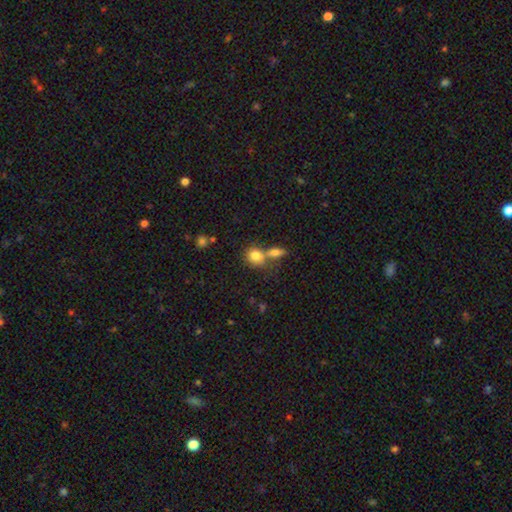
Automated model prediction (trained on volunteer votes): Q: Smooth or featured?
A: smooth (80%); runner-up: featured or disk (10%)
Q: How rounded?
A: round (59%); runner-up: in between (39%)
Q: Merging?
A: none (43%); runner-up: merger (42%)